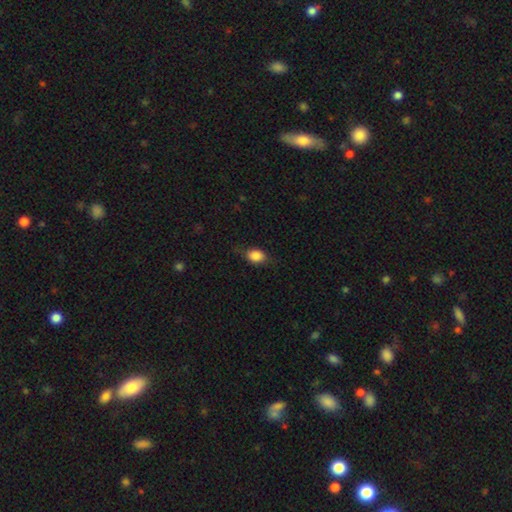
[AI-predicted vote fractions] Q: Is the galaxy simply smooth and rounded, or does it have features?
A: smooth — 84%.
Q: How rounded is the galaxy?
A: in between — 69%.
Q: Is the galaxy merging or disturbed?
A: none — 72%.